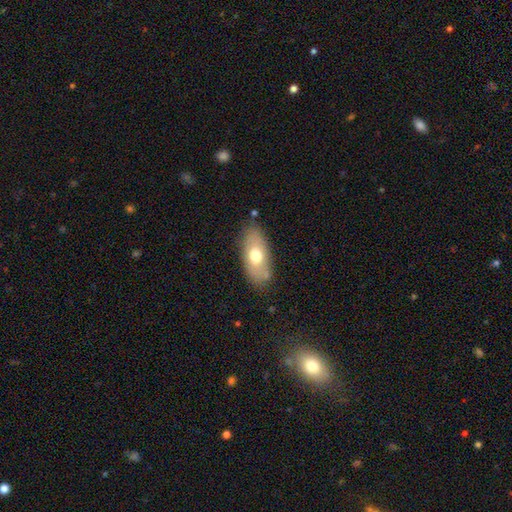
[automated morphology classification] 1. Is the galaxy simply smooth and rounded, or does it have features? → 66% smooth, 28% featured or disk, 7% star or artifact.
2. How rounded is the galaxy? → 87% in between, 10% cigar-shaped, 4% round.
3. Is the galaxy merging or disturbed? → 77% none, 16% minor disturbance, 4% major disturbance, 3% merger.